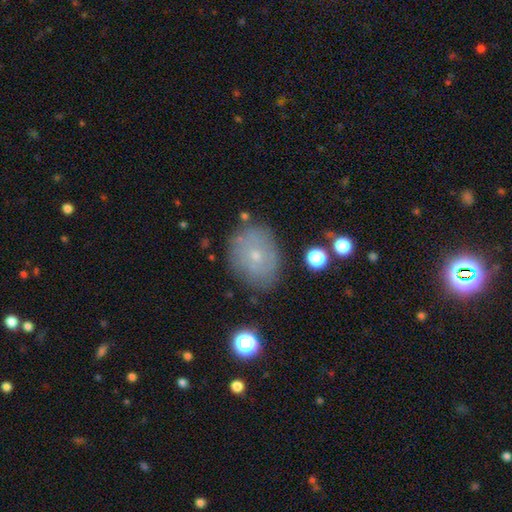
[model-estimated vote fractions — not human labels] The model was most divided on "how rounded": round: 54%, in between: 45%, cigar-shaped: 1%. More confident: merging — none (76%); smooth or featured — smooth (54%).